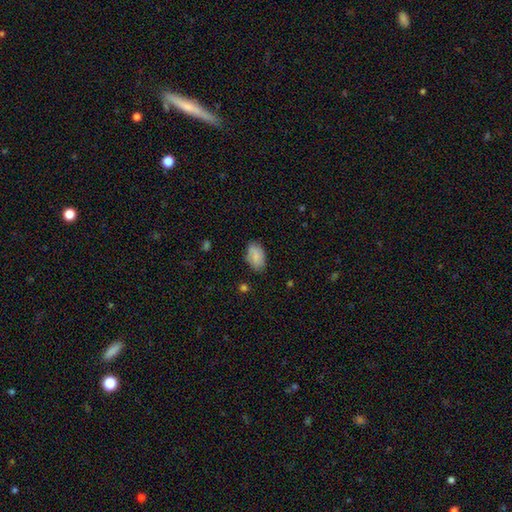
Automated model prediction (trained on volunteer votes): Smooth or featured: smooth — 82% (featured or disk — 10%)
How rounded: in between — 91% (round — 7%)
Merging: none — 75% (minor disturbance — 19%)